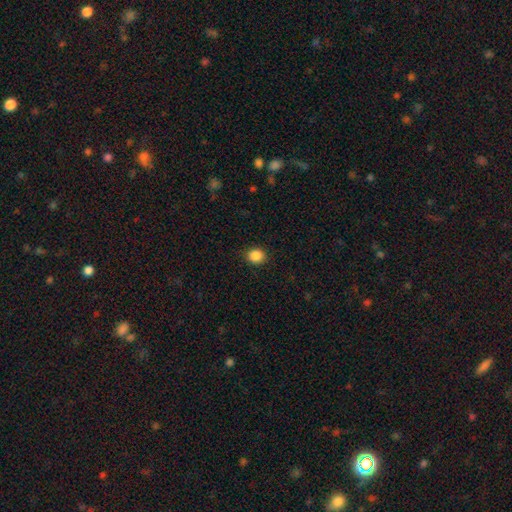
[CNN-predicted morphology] This is clearly a smooth galaxy (87%). How rounded: likely round (72%). Merging: clearly none (89%).